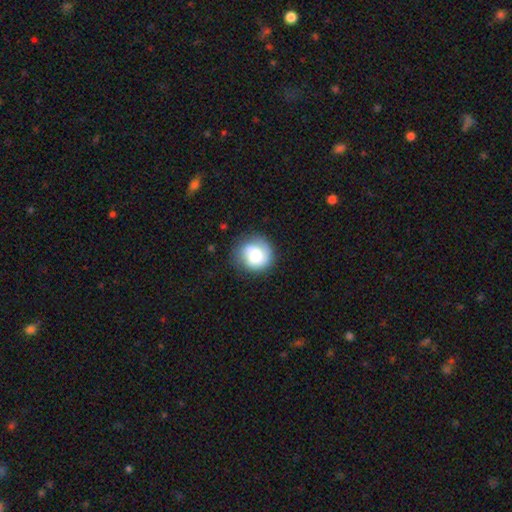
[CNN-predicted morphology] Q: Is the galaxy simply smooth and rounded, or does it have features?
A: smooth — 56%.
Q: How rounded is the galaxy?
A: round — 88%.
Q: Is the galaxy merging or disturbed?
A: none — 77%.